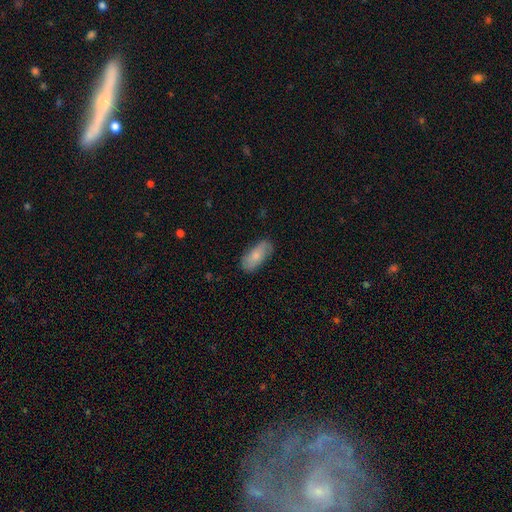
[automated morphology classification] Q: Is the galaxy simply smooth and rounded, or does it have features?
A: smooth — 71%.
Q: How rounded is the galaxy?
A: in between — 88%.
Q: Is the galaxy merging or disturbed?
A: none — 77%.